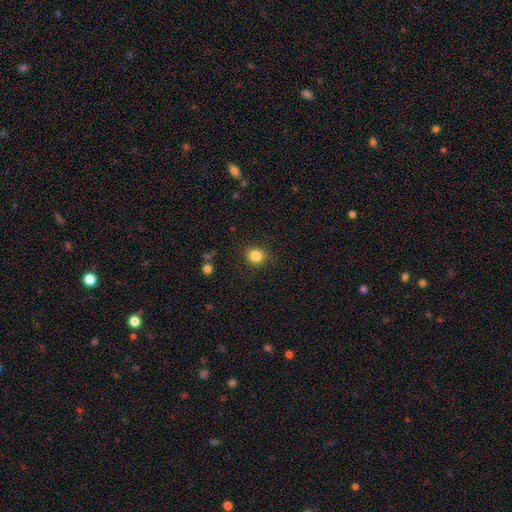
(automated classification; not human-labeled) Smooth or featured?
  - smooth: 84% *
  - star or artifact: 11%
  - featured or disk: 5%
How rounded?
  - round: 85% *
  - in between: 14%
  - cigar-shaped: 1%
Merging?
  - none: 89% *
  - minor disturbance: 8%
  - major disturbance: 3%
  - merger: 1%